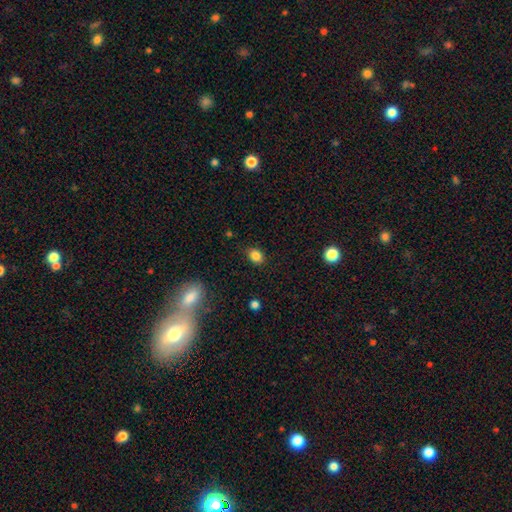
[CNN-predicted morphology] This is clearly a smooth galaxy (84%). How rounded: likely in between (65%). Merging: clearly none (84%).